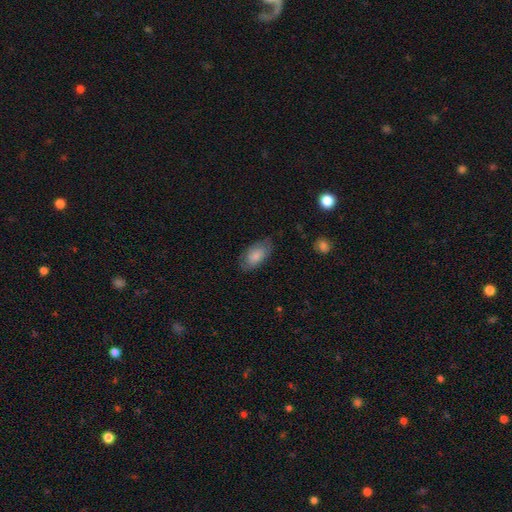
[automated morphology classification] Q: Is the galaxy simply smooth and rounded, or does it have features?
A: smooth — 78%.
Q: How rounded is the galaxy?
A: in between — 93%.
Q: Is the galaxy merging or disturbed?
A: none — 74%.